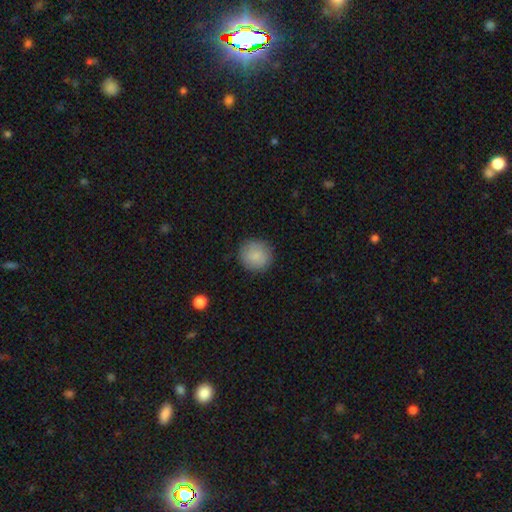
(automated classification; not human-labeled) This appears to be a smooth galaxy with no disk features (86%) that is round (93%). Merging: none (88%).